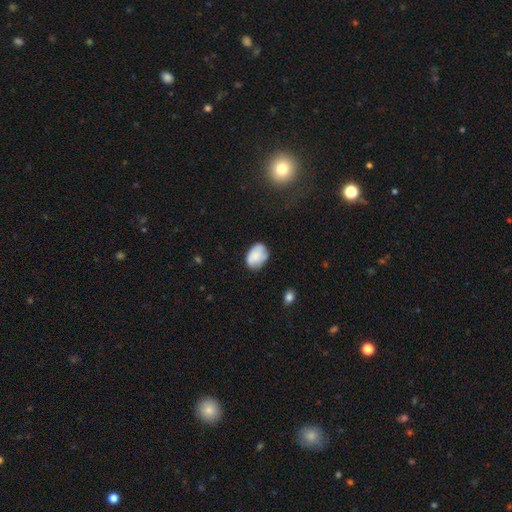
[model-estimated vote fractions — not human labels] A smooth galaxy with no disk features (78%) that is in between round and cigar-shaped (80%).

Vote fractions:
- Smooth or featured? smooth: 78% / featured or disk: 14% / star or artifact: 8%
- How rounded? in between: 80% / round: 19% / cigar-shaped: 1%
- Merging? none: 64% / minor disturbance: 27% / major disturbance: 6% / merger: 2%